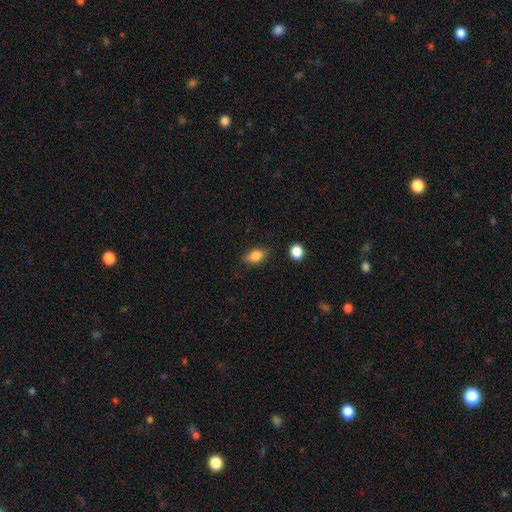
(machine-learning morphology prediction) Smooth or featured? smooth (83%)
How rounded? in between (77%)
Merging? none (79%)